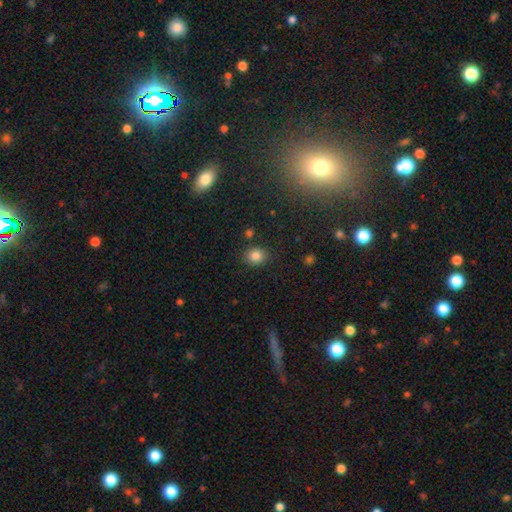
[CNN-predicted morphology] This appears to be a smooth galaxy with no disk features (83%) that is round (64%). Merging: none (84%).